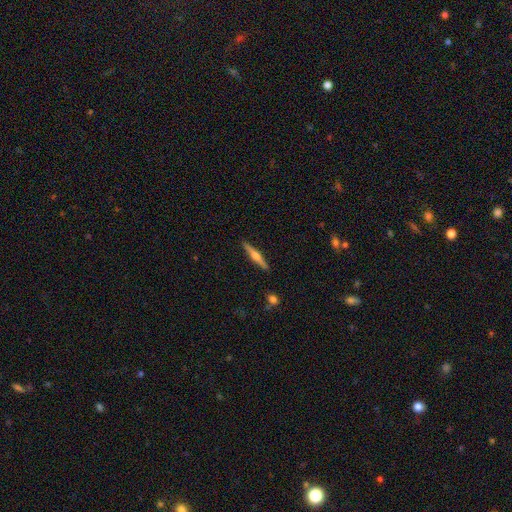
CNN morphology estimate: smooth-or-featured: featured or disk: 65% | smooth: 29% | star or artifact: 6%
  disk-edge-on: yes: 98% | no: 2%
    edge-on-bulge: rounded: 88% | boxy: 7% | none: 5%
  merging: none: 90% | minor disturbance: 7% | major disturbance: 1% | merger: 1%